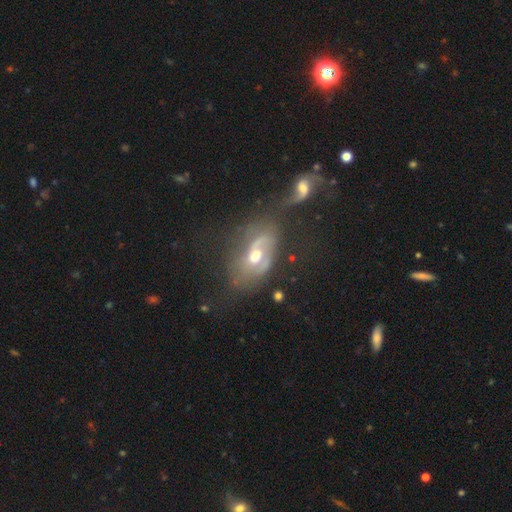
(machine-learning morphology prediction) featured or disk 69%, smooth 22%, star or artifact 9%. Down the decision tree: edge-on disk — no (93%); bar — no (62%); spiral arms — yes (64%); bulge size — moderate (68%); merging — none (34%).